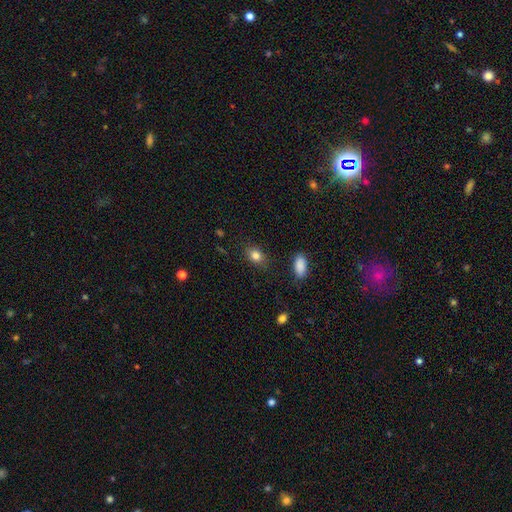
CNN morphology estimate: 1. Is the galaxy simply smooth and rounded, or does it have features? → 83% smooth, 10% star or artifact, 7% featured or disk.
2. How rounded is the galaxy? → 71% in between, 27% round, 2% cigar-shaped.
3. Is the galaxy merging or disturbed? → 83% none, 12% minor disturbance, 3% major disturbance, 2% merger.